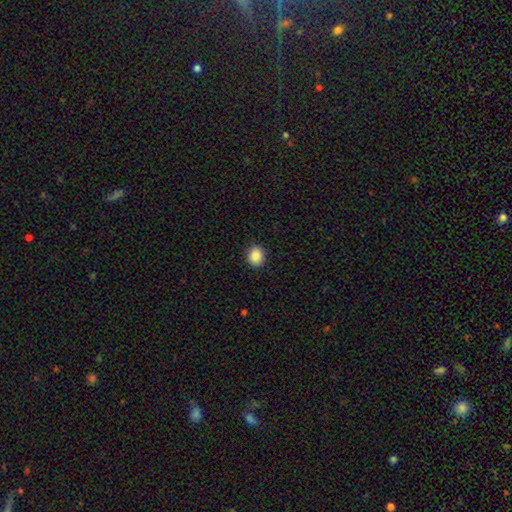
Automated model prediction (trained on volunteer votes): Morphology: type=smooth (88%); roundness=round (70%); merging=none (91%).